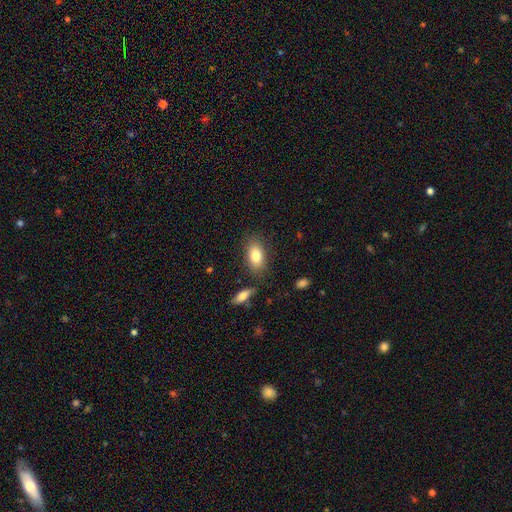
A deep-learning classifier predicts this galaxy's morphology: The model was most divided on "merging": none: 81%, minor disturbance: 12%, merger: 4%, major disturbance: 3%. More confident: how rounded — in between (89%); smooth or featured — smooth (81%).